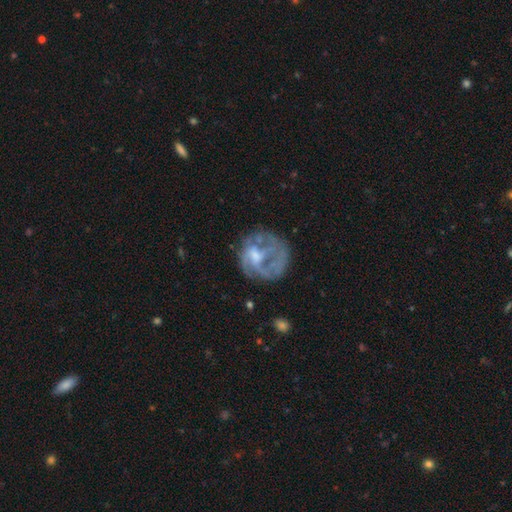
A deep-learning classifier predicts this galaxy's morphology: Smooth or featured: featured or disk — 65% (smooth — 26%)
Edge-on disk: no — 97% (yes — 3%)
Bar: no — 57% (weak — 34%)
Spiral arms: no — 52% (yes — 48%)
Bulge size: moderate — 42% (small — 25%)
Merging: none — 48% (major disturbance — 29%)